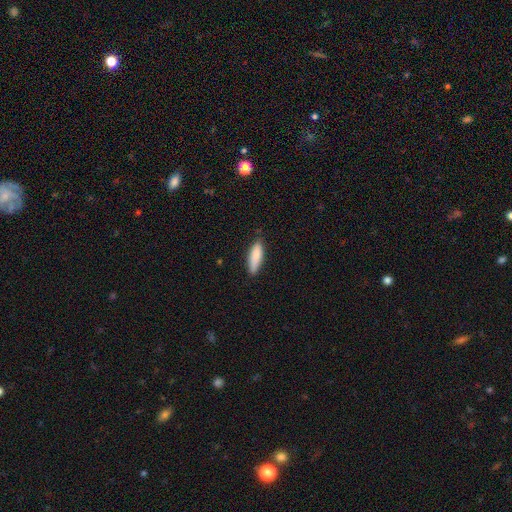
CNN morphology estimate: Overall: smooth (85%). How rounded: in between (49%, tied with cigar-shaped). Merging: none (78%).